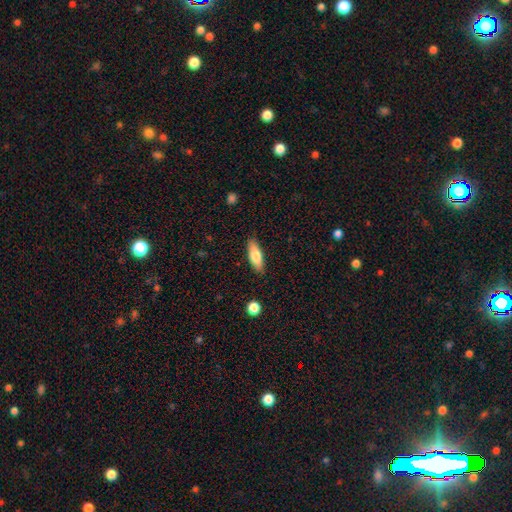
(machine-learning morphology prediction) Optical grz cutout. It shows a smooth galaxy with no disk features (74%) that is in between round and cigar-shaped (58%). Merging: none (87%).